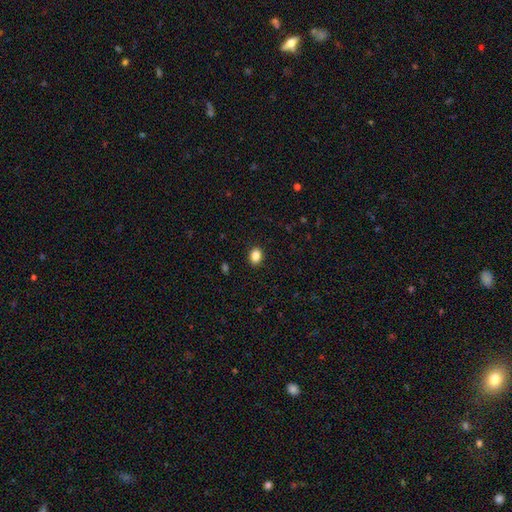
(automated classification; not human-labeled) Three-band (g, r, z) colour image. It shows a smooth galaxy with no disk features (86%) that is in between round and cigar-shaped (71%). Merging: none (90%).